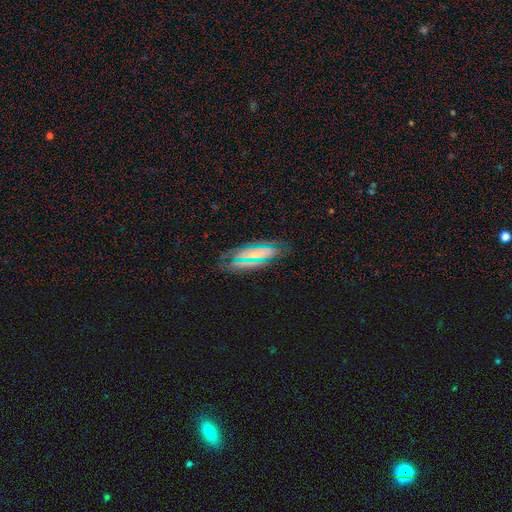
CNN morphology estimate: Smooth or featured? featured or disk (48%)
Merging? none (80%)